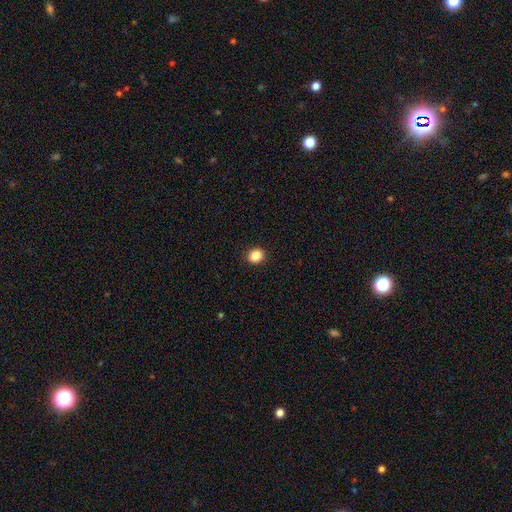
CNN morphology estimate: smooth-or-featured: smooth: 87% | star or artifact: 9% | featured or disk: 3%
  how-rounded: round: 65% | in between: 34% | cigar-shaped: 1%
  merging: none: 92% | minor disturbance: 6% | major disturbance: 2% | merger: 1%